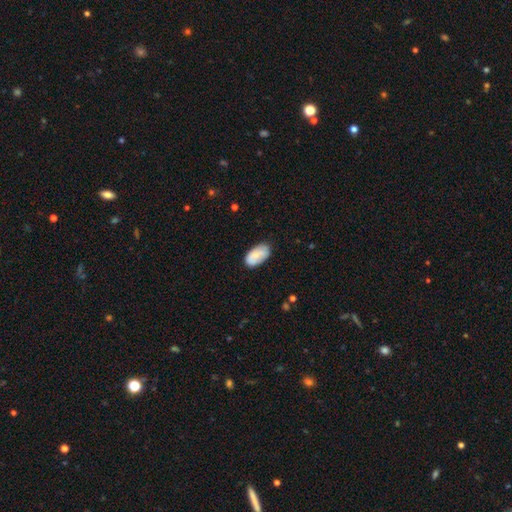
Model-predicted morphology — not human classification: smooth_or_featured: smooth (p=0.70) [alt: featured or disk p=0.24]
how_rounded: in between (p=0.94) [alt: round p=0.04]
merging: none (p=0.73) [alt: minor disturbance p=0.21]